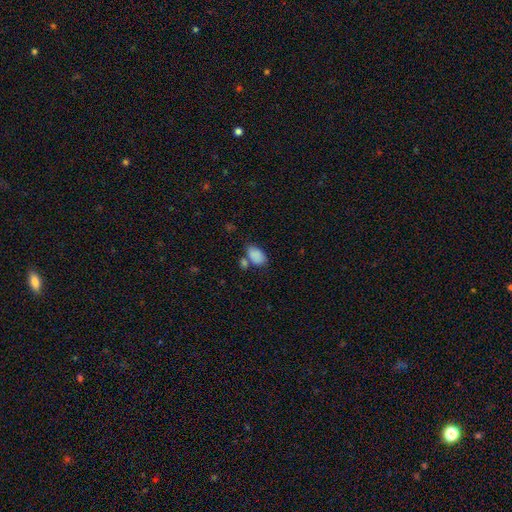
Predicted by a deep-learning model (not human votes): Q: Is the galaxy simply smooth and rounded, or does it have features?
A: smooth — 84%.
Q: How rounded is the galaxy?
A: in between — 90%.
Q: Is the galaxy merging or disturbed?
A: none — 50%.